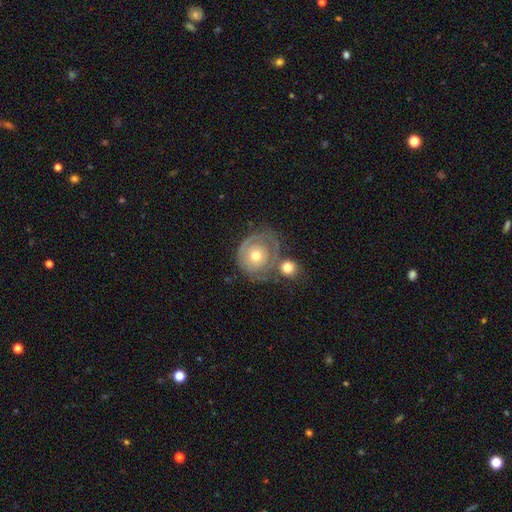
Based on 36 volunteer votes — Overall: featured or disk (56%; smooth 44%). Edge-on disk: no (100%). Bar: no (85%). Spiral arms: no (60%; yes 40%). Bulge size: moderate (85%). Merging: major disturbance (39%; none 25%).